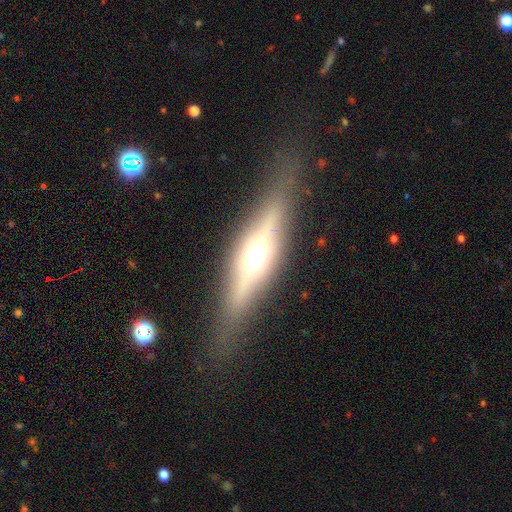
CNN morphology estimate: Smooth or featured: featured or disk — 68% (smooth — 24%)
Edge-on disk: yes — 92% (no — 8%)
Edge-on bulge: rounded — 87% (boxy — 9%)
Merging: none — 83% (minor disturbance — 12%)